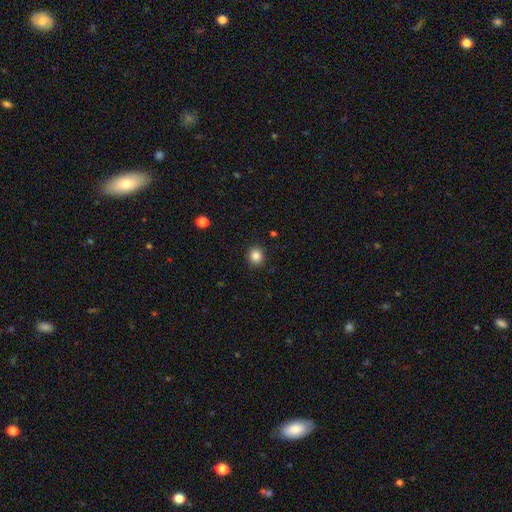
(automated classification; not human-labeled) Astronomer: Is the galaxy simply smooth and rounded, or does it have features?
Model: smooth — 84%.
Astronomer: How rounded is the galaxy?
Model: round — 85%.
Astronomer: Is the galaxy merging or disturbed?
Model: none — 91%.